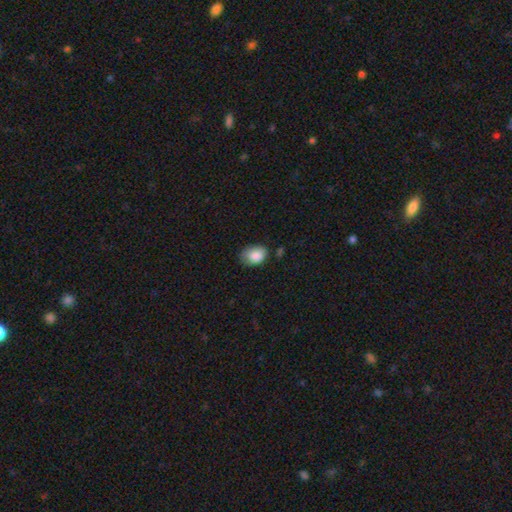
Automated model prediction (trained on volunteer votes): smooth-or-featured: smooth: 86% | star or artifact: 7% | featured or disk: 7%
  how-rounded: in between: 79% | round: 20% | cigar-shaped: 1%
  merging: none: 59% | minor disturbance: 31% | major disturbance: 7% | merger: 3%